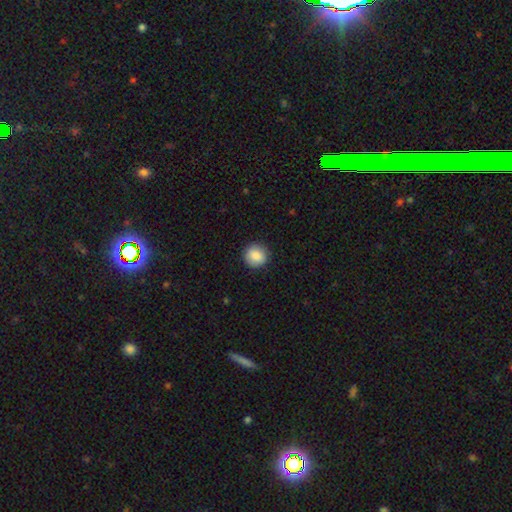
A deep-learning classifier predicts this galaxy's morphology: smooth-or-featured: smooth: 88% | star or artifact: 8% | featured or disk: 4%
  how-rounded: round: 93% | in between: 6% | cigar-shaped: 1%
  merging: none: 90% | minor disturbance: 7% | major disturbance: 2% | merger: 1%